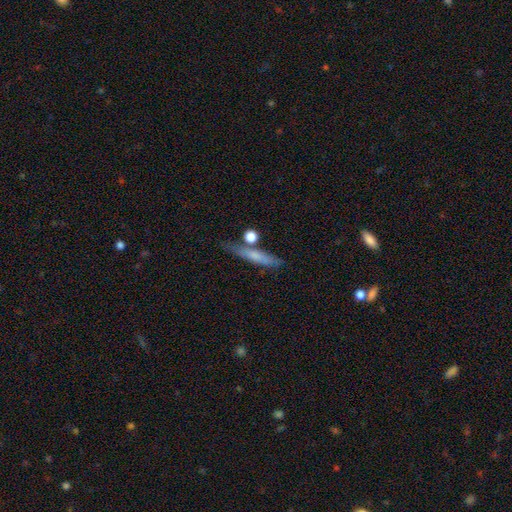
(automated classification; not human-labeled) smooth_or_featured: smooth (p=0.61) [alt: featured or disk p=0.31]
how_rounded: cigar-shaped (p=0.82) [alt: in between p=0.12]
merging: none (p=0.66) [alt: minor disturbance p=0.16]